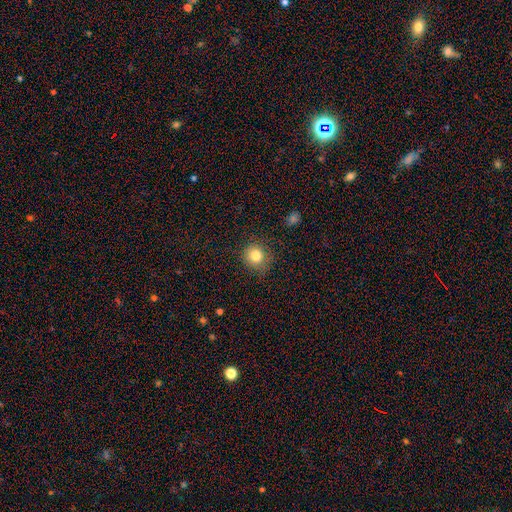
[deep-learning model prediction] Smooth or featured?
  - smooth: 82% *
  - star or artifact: 12%
  - featured or disk: 7%
How rounded?
  - round: 90% *
  - in between: 9%
  - cigar-shaped: 1%
Merging?
  - none: 82% *
  - minor disturbance: 13%
  - major disturbance: 4%
  - merger: 1%